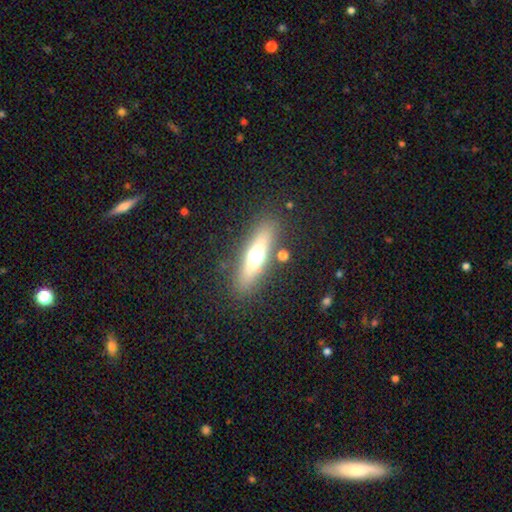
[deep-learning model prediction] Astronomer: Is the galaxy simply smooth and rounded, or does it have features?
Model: featured or disk — 46% (runner-up: smooth, 43%).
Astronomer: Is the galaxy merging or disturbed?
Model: none — 84%.